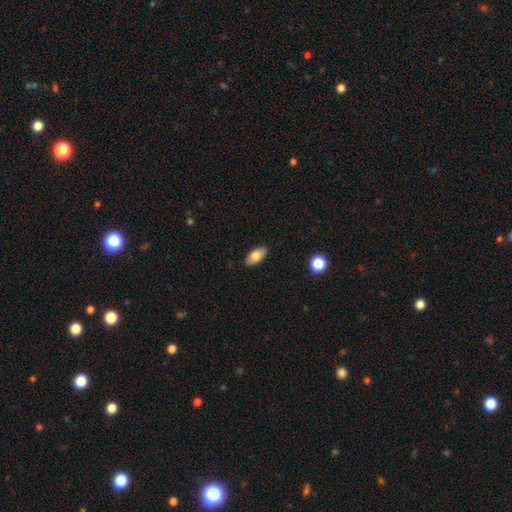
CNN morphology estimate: smooth-or-featured: smooth: 78% | featured or disk: 15% | star or artifact: 7%
  how-rounded: in between: 92% | cigar-shaped: 5% | round: 3%
  merging: none: 89% | minor disturbance: 9% | major disturbance: 2% | merger: 1%